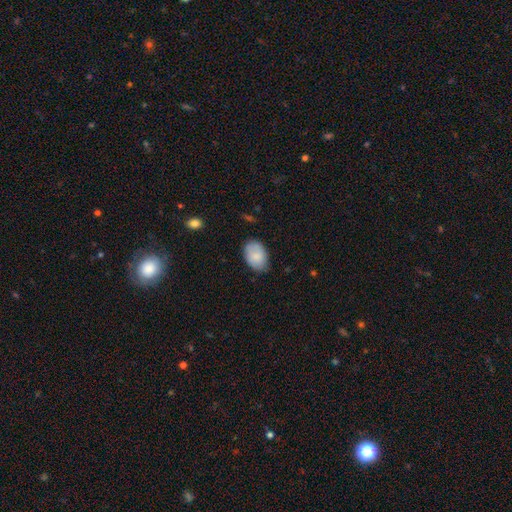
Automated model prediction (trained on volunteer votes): smooth-or-featured: smooth: 83% | featured or disk: 11% | star or artifact: 6%
  how-rounded: in between: 87% | round: 12% | cigar-shaped: 1%
  merging: none: 73% | minor disturbance: 22% | major disturbance: 4% | merger: 1%